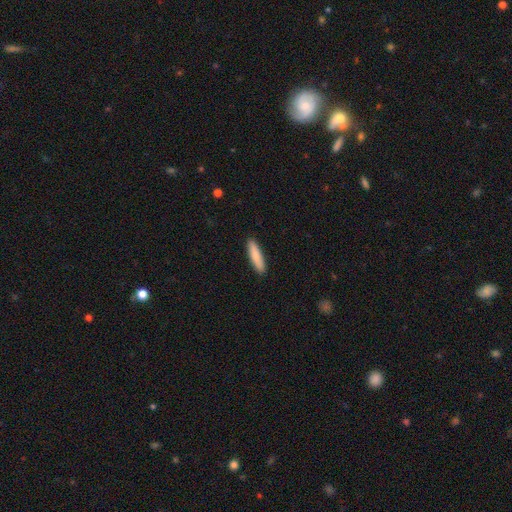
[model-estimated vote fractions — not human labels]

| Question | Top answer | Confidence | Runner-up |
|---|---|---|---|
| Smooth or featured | smooth | 83% | featured or disk (12%) |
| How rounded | cigar-shaped | 79% | in between (20%) |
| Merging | none | 91% | minor disturbance (7%) |